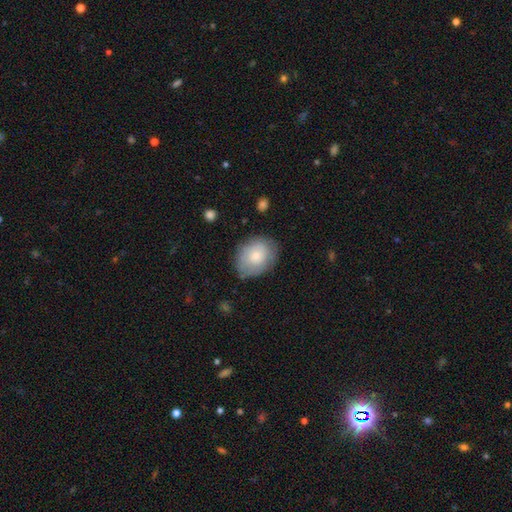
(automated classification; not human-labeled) Smooth or featured? smooth (70%)
How rounded? in between (56%)
Merging? none (72%)